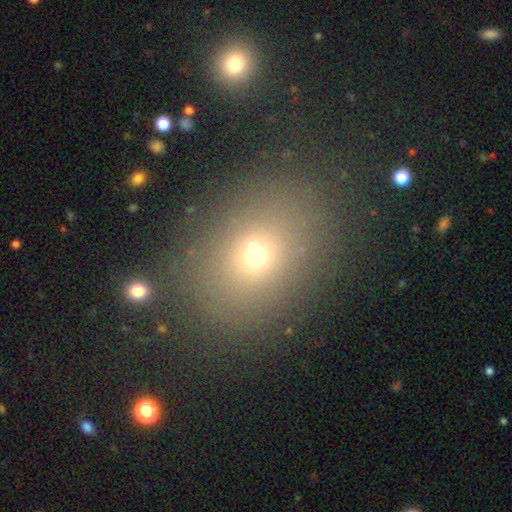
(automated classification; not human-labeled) smooth_or_featured: smooth (p=0.60) [alt: star or artifact p=0.24]
how_rounded: in between (p=0.50) [alt: round p=0.49]
merging: none (p=0.64) [alt: merger p=0.19]